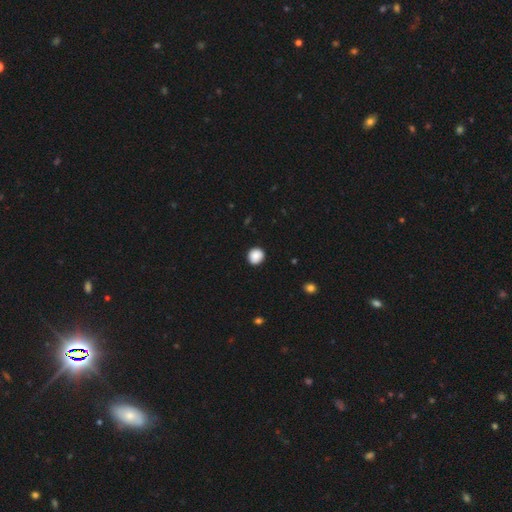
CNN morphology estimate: A smooth galaxy with no disk features (88%) that is round (86%). Merging: none (90%).